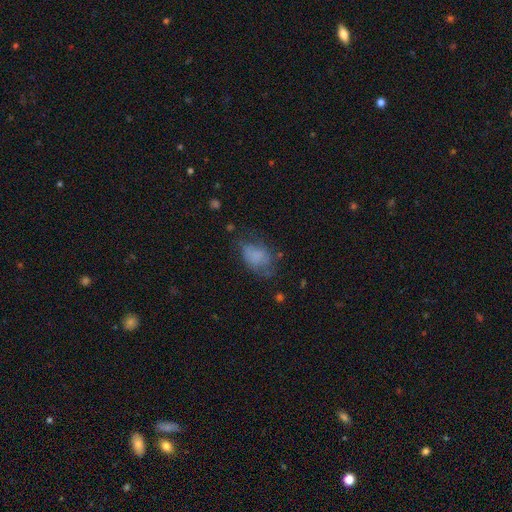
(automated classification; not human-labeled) Smooth or featured? Predicted: smooth (p=0.67). How rounded? Predicted: in between (p=0.80). Merging? Predicted: none (p=0.44).